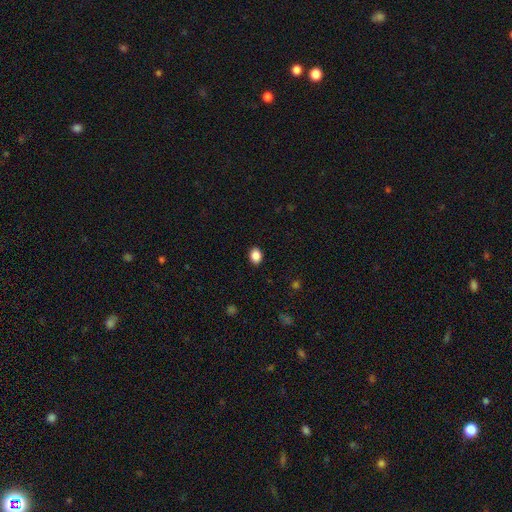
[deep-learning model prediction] Smooth or featured: smooth — 88% (star or artifact — 9%)
How rounded: in between — 59% (round — 40%)
Merging: none — 90% (minor disturbance — 7%)